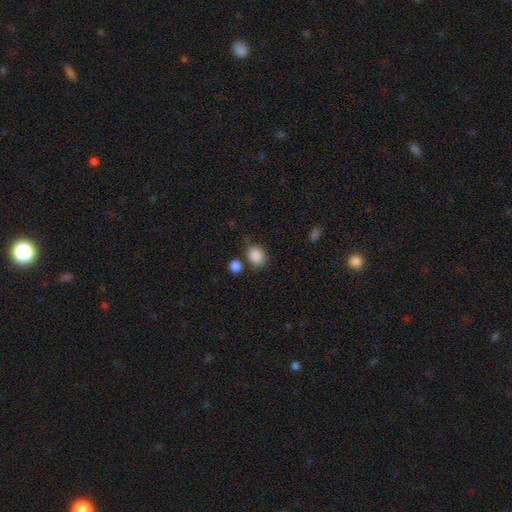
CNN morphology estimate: smooth-or-featured: smooth: 87% | star or artifact: 9% | featured or disk: 4%
  how-rounded: round: 55% | in between: 44% | cigar-shaped: 1%
  merging: none: 69% | minor disturbance: 16% | merger: 10% | major disturbance: 5%